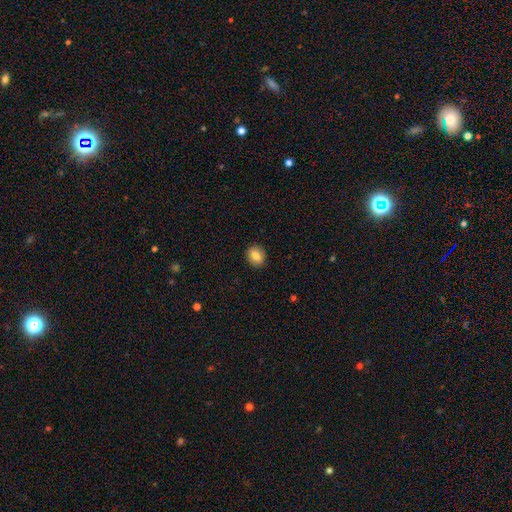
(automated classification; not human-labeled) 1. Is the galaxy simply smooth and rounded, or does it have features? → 81% smooth, 10% featured or disk, 9% star or artifact.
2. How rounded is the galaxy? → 59% round, 40% in between, 1% cigar-shaped.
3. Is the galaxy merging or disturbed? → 90% none, 7% minor disturbance, 2% major disturbance, 1% merger.